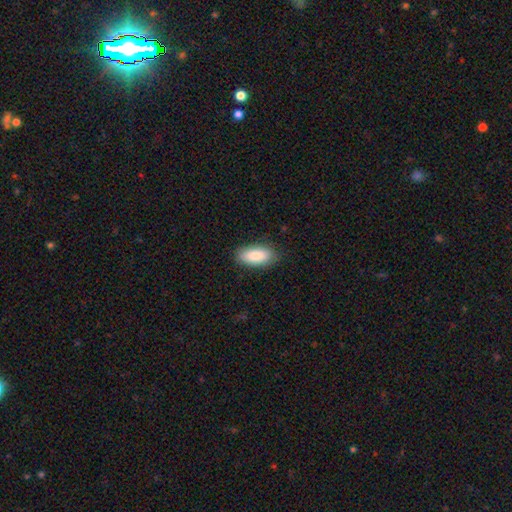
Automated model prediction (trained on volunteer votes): A smooth galaxy with no disk features (87%) that is in between round and cigar-shaped (87%).

Vote fractions:
- Smooth or featured? smooth: 87% / featured or disk: 7% / star or artifact: 6%
- How rounded? in between: 87% / cigar-shaped: 10% / round: 2%
- Merging? none: 85% / minor disturbance: 11% / major disturbance: 3% / merger: 1%